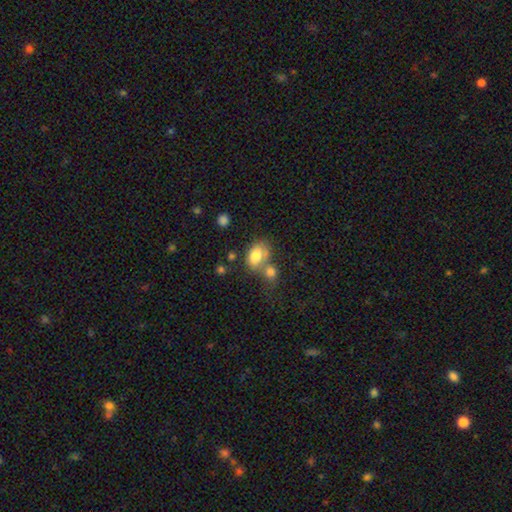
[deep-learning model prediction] Q: Smooth or featured?
A: smooth (78%); runner-up: featured or disk (13%)
Q: How rounded?
A: in between (81%); runner-up: round (17%)
Q: Merging?
A: merger (44%); runner-up: none (32%)